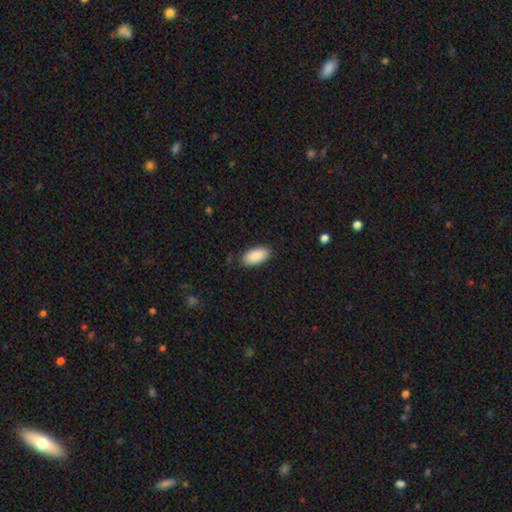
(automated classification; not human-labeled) Smooth or featured: smooth — 89% (star or artifact — 6%)
How rounded: in between — 93% (cigar-shaped — 5%)
Merging: none — 85% (minor disturbance — 12%)